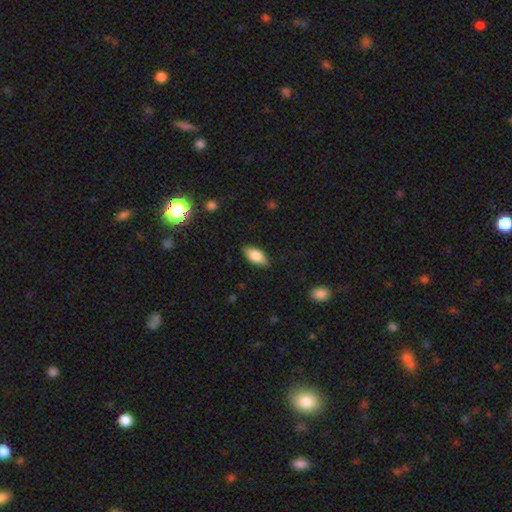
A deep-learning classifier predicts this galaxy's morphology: Smooth or featured? Predicted: smooth (p=0.77). How rounded? Predicted: in between (p=0.88). Merging? Predicted: none (p=0.86).